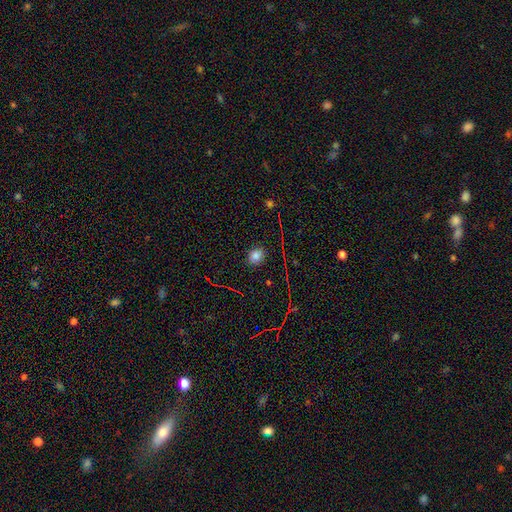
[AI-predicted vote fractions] Smooth or featured? smooth (78%)
How rounded? round (59%)
Merging? none (87%)